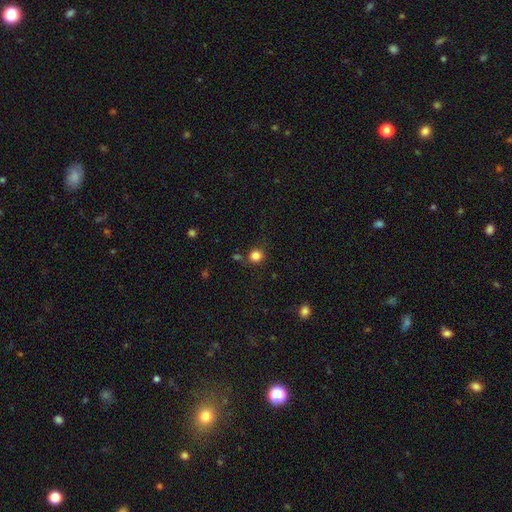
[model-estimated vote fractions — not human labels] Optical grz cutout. It shows a smooth galaxy with no disk features (83%) that is round (88%). Merging: none (81%).